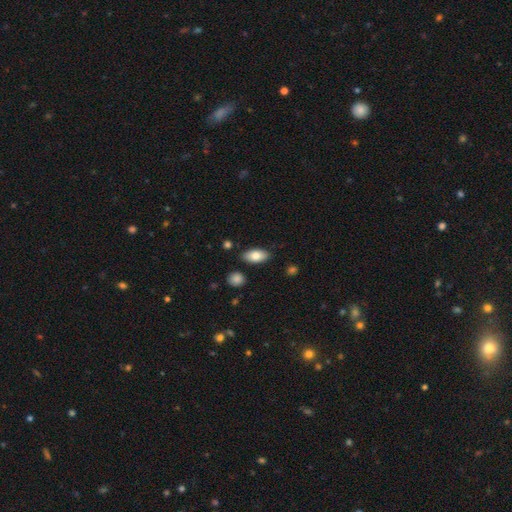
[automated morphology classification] type=smooth (82%); roundness=in between (92%); merging=none (85%).